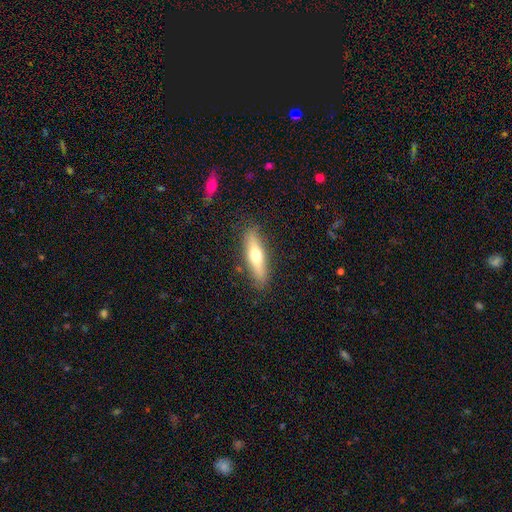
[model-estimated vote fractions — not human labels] A smooth galaxy with no disk features (53%) that is cigar-shaped (70%). Merging: none (86%).